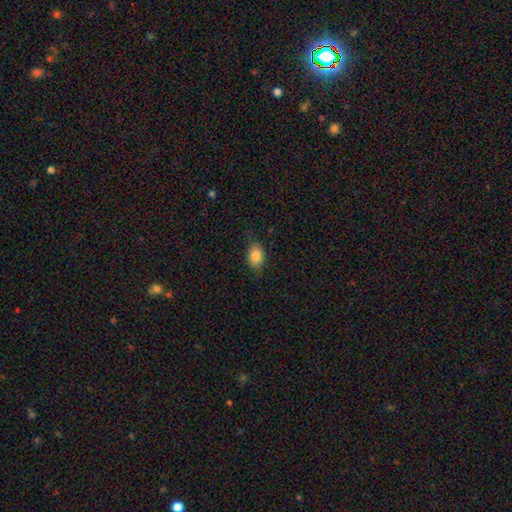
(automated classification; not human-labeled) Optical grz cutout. It shows a smooth galaxy with no disk features (85%) that is in between round and cigar-shaped (81%). Merging: none (81%).